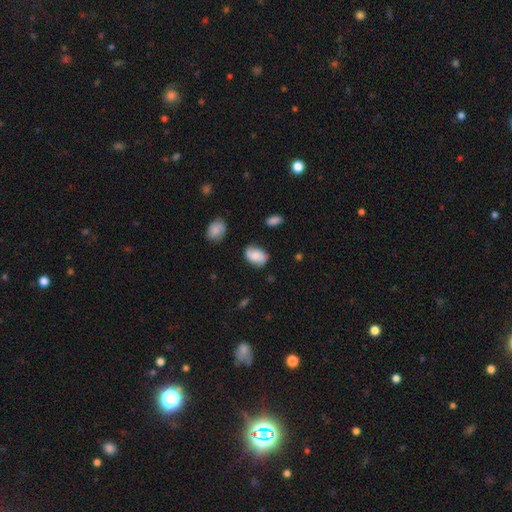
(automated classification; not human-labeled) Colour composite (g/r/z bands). It shows a smooth galaxy with no disk features (60%) that is in between round and cigar-shaped (80%). Merging: none (71%).